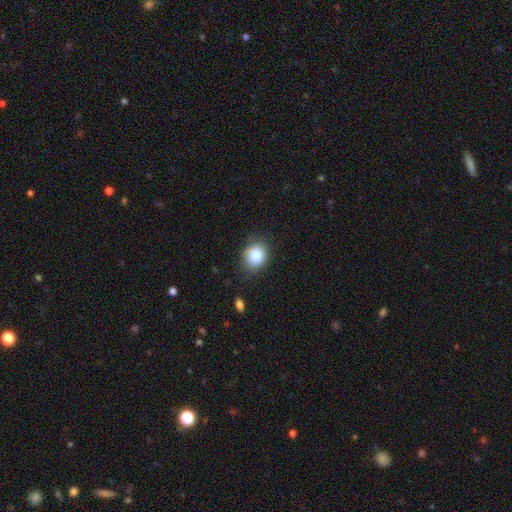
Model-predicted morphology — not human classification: Overall: smooth (83%). How rounded: round (60%; in between 40%). Merging: none (81%).